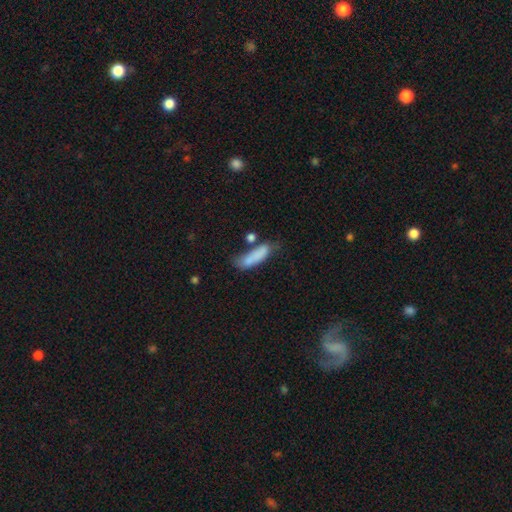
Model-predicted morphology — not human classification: The model was most divided on "how rounded": cigar-shaped: 53%, in between: 44%, round: 3%. Remaining: smooth or featured — smooth (79%); merging — none (41%).